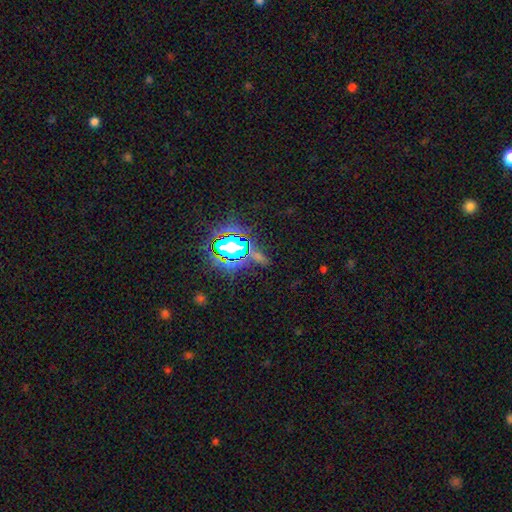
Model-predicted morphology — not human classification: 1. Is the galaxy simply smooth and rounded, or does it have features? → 73% star or artifact, 16% smooth, 11% featured or disk.